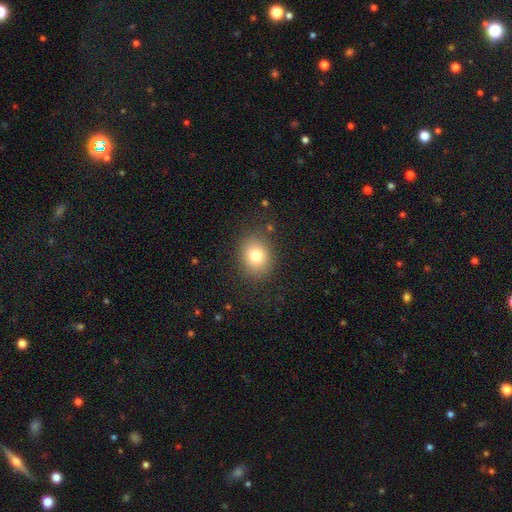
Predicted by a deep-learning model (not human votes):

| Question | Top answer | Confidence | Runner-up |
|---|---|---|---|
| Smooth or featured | smooth | 79% | star or artifact (11%) |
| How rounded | round | 60% | in between (39%) |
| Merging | none | 84% | minor disturbance (10%) |